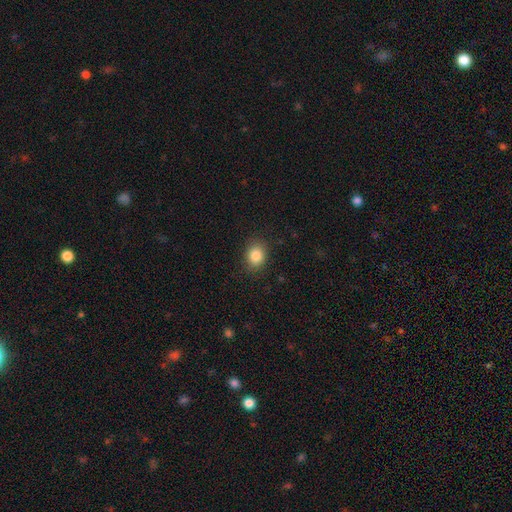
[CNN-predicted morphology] The model was most divided on "how rounded": round: 53%, in between: 46%, cigar-shaped: 1%. More confident: merging — none (86%); smooth or featured — smooth (85%).